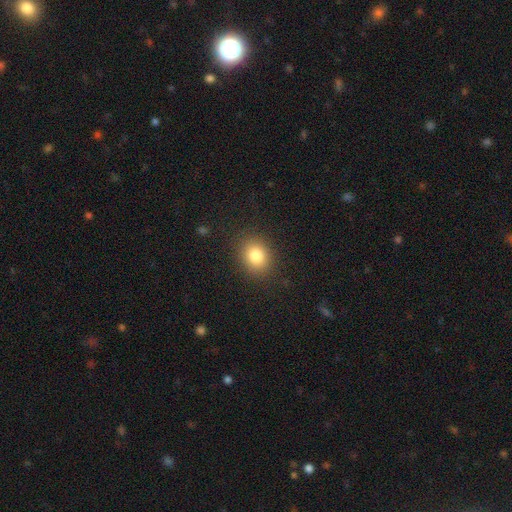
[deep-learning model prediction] Q: Smooth or featured?
A: smooth (83%); runner-up: star or artifact (11%)
Q: How rounded?
A: round (61%); runner-up: in between (38%)
Q: Merging?
A: none (88%); runner-up: minor disturbance (8%)